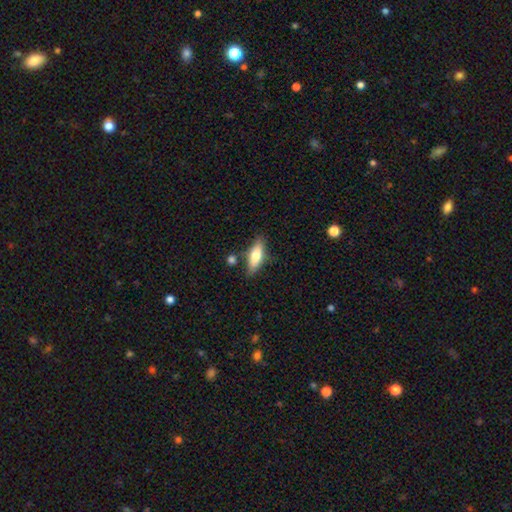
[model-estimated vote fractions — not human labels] A smooth galaxy with no disk features (65%) that is in between round and cigar-shaped (62%). Merging: none (74%).